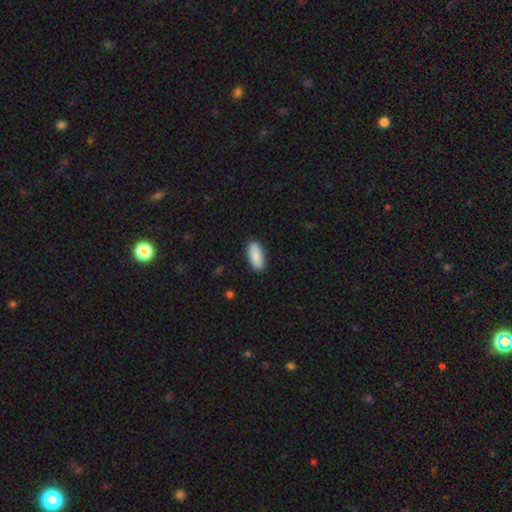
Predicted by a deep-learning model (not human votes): smooth_or_featured: smooth (p=0.89) [alt: star or artifact p=0.06]
how_rounded: in between (p=0.88) [alt: cigar-shaped p=0.10]
merging: none (p=0.89) [alt: minor disturbance p=0.08]